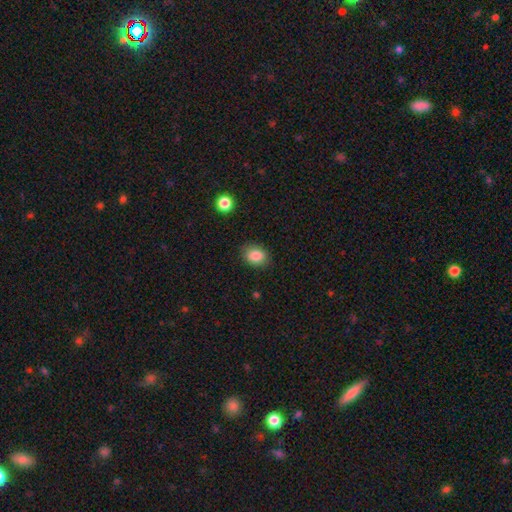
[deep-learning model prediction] A smooth galaxy with no disk features (86%) that is in between round and cigar-shaped (60%). Merging: none (85%).